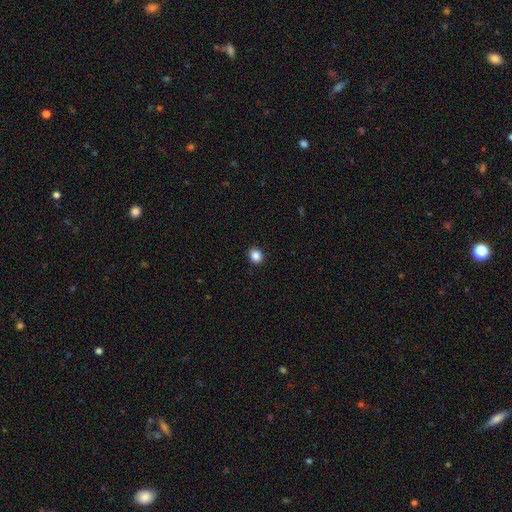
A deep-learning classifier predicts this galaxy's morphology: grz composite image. It shows a smooth galaxy with no disk features (87%) that is round (77%). Merging: none (92%).